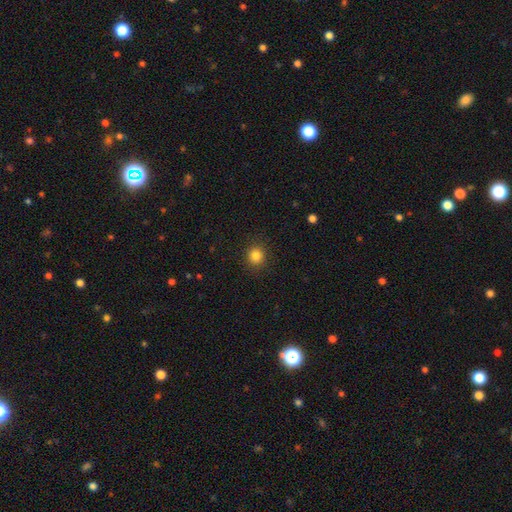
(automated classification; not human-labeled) Morphology: type=smooth (84%); roundness=round (86%); merging=none (90%).